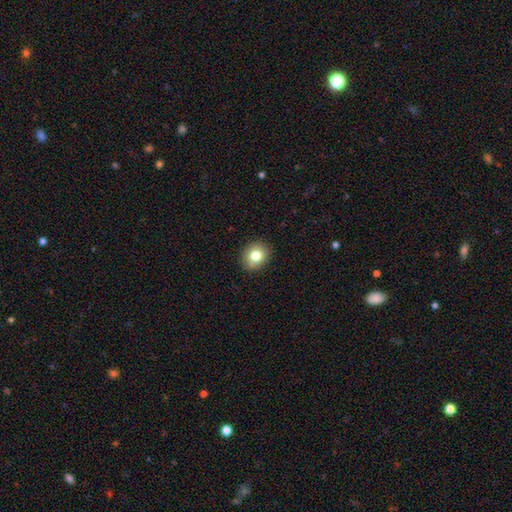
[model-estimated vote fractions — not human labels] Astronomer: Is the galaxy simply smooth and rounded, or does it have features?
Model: smooth — 80%.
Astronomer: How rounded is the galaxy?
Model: round — 70%.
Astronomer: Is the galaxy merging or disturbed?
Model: none — 88%.